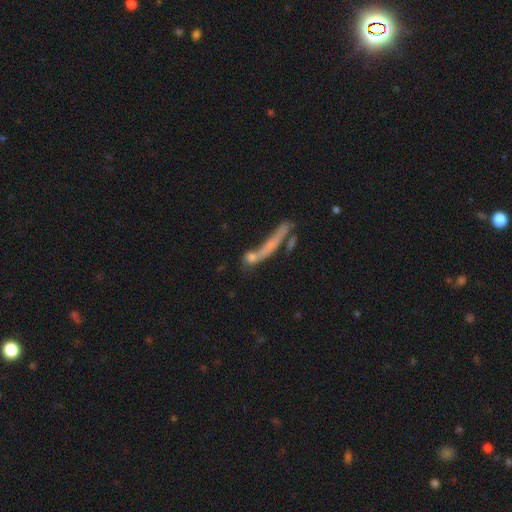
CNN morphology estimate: A smooth galaxy with no disk features (57%) that is cigar-shaped (70%).

Vote fractions:
- Smooth or featured? smooth: 57% / featured or disk: 31% / star or artifact: 12%
- How rounded? cigar-shaped: 70% / in between: 17% / round: 12%
- Merging? none: 40% / merger: 34% / major disturbance: 14% / minor disturbance: 13%